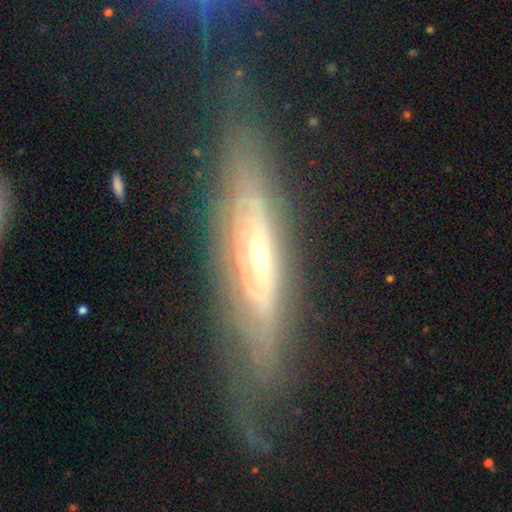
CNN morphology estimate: Smooth or featured? featured or disk (79%)
Edge-on disk? no (56%)
Merging? none (65%)